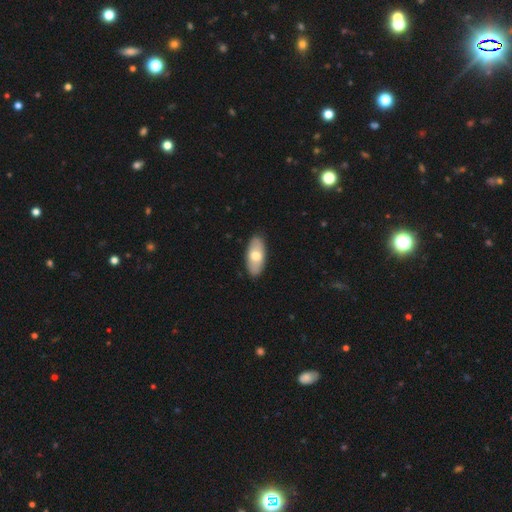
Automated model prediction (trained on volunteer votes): This appears to be a smooth galaxy with no disk features (67%) that is in between round and cigar-shaped (90%). Merging: none (88%).